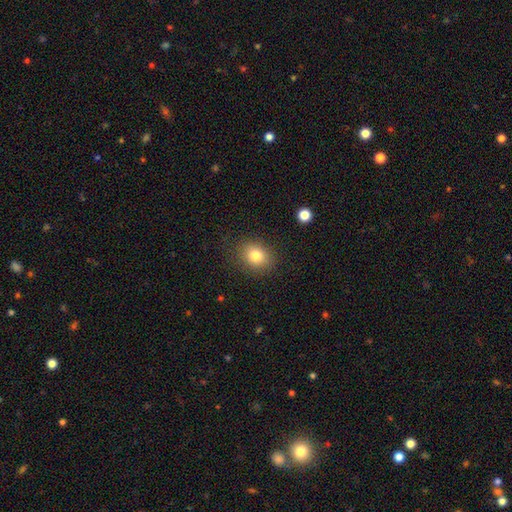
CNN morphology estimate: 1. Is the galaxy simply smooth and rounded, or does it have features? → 80% smooth, 11% star or artifact, 9% featured or disk.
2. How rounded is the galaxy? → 57% round, 42% in between, 1% cigar-shaped.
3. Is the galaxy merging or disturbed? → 85% none, 10% minor disturbance, 4% major disturbance, 1% merger.